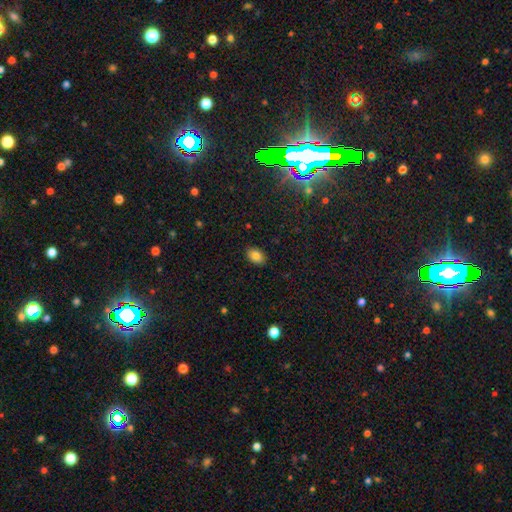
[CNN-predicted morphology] A smooth galaxy with no disk features (85%) that is in between round and cigar-shaped (81%). Merging: none (88%).